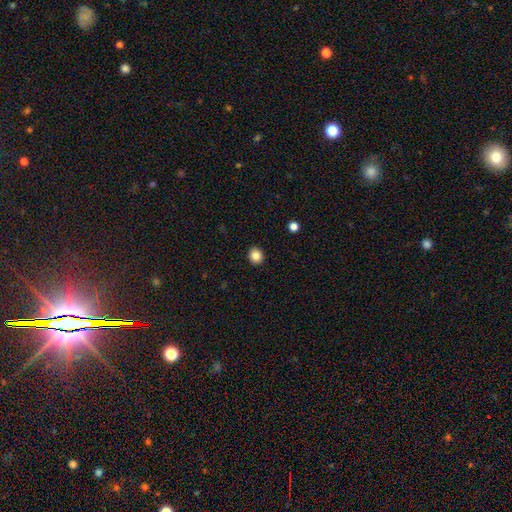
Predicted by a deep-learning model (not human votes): A smooth galaxy with no disk features (85%) that is round (79%).

Vote fractions:
- Smooth or featured? smooth: 85% / star or artifact: 11% / featured or disk: 5%
- How rounded? round: 79% / in between: 20% / cigar-shaped: 1%
- Merging? none: 92% / minor disturbance: 5% / major disturbance: 2% / merger: 1%